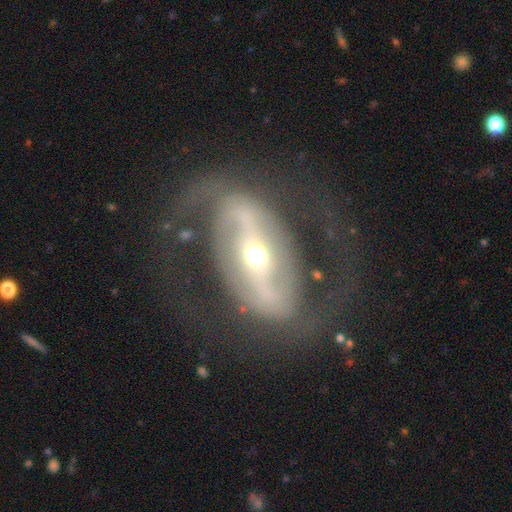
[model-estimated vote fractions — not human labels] Morphology: type=featured or disk (86%); edge-on=no (93%); bar=strong (67%); spiral arms=yes (78%); winding=medium (48%); arm count=2 (87%); bulge=moderate (58%); merging=none (71%).